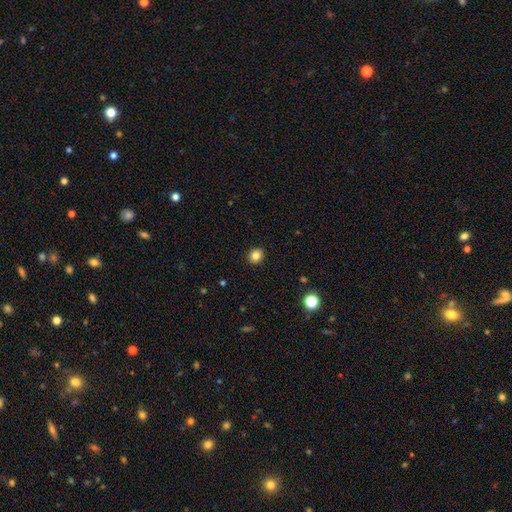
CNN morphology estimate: Smooth or featured? smooth (83%)
How rounded? round (83%)
Merging? none (92%)